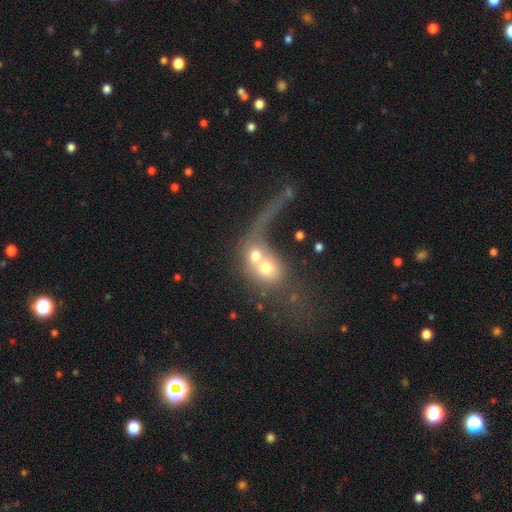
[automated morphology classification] The model was most divided on "smooth or featured": smooth: 57%, featured or disk: 30%, star or artifact: 13%. More confident: merging — merger (70%); how rounded — round (62%).